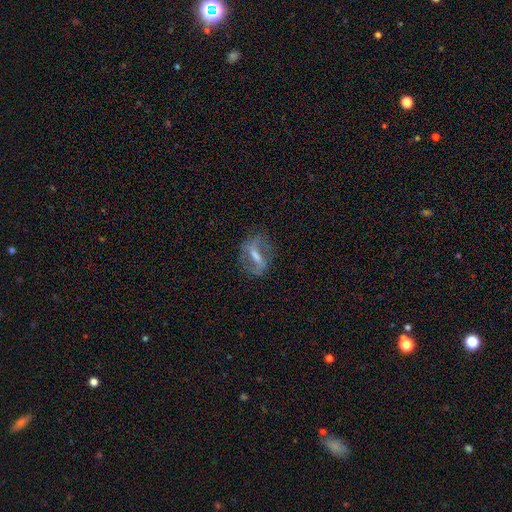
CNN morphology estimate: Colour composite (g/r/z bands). It shows a featured or disk galaxy (70%) with a strong bar (61%), spiral arms (61%) and a moderate central bulge (39%, tied with small). Merging: none (73%).